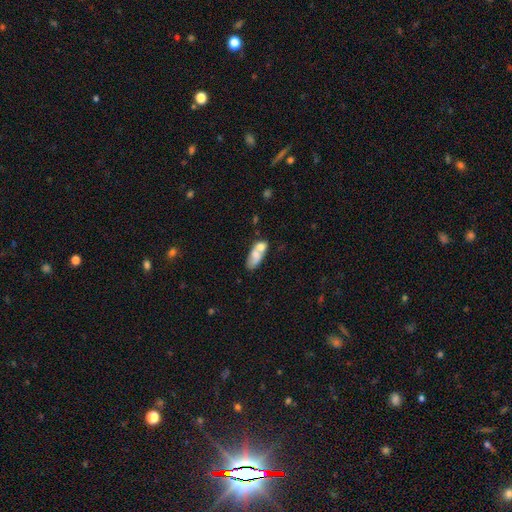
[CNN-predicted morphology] type=smooth (66%); roundness=in between (79%); merging=merger (45%).